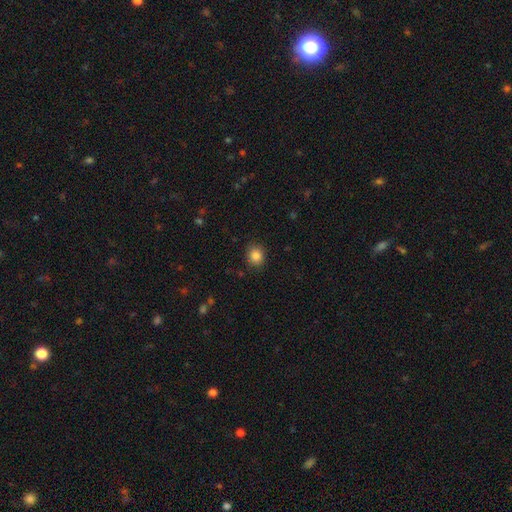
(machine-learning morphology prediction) A smooth galaxy with no disk features (86%) that is round (69%).

Vote fractions:
- Smooth or featured? smooth: 86% / star or artifact: 10% / featured or disk: 4%
- How rounded? round: 69% / in between: 30% / cigar-shaped: 1%
- Merging? none: 87% / minor disturbance: 9% / major disturbance: 3% / merger: 1%